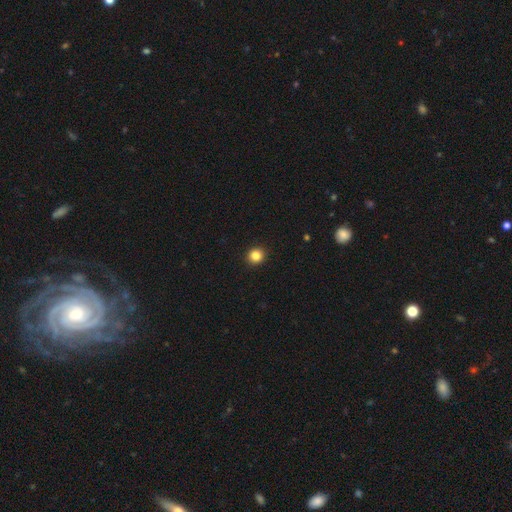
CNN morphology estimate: type=smooth (84%); roundness=round (91%); merging=none (93%).